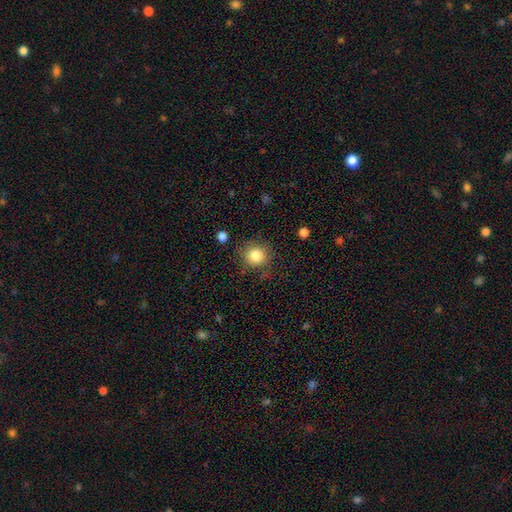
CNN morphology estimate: Overall: smooth (84%). How rounded: round (90%). Merging: none (82%).